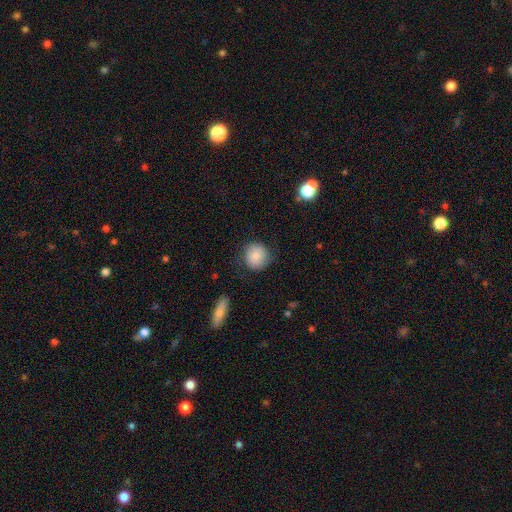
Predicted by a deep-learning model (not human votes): Overall: smooth (84%). How rounded: round (89%). Merging: none (80%).